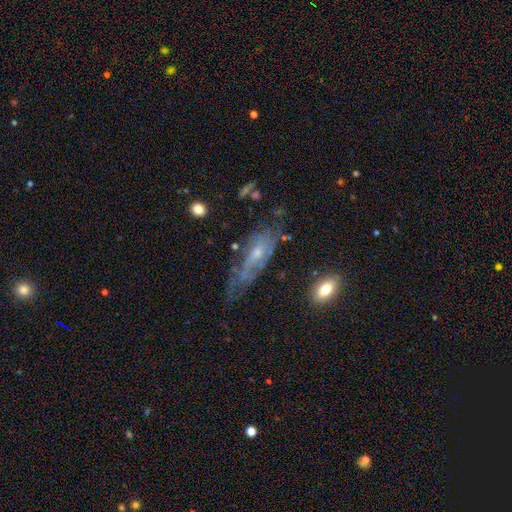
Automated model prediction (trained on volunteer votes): Smooth or featured?
  - featured or disk: 63% *
  - smooth: 22%
  - star or artifact: 15%
Edge-on disk?
  - no: 75% *
  - yes: 25%
Merging?
  - none: 54% *
  - minor disturbance: 26%
  - major disturbance: 17%
  - merger: 4%